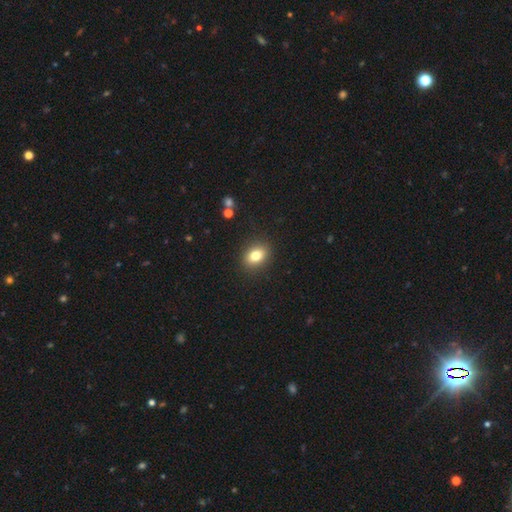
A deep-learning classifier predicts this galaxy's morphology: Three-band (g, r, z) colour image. It shows a smooth galaxy with no disk features (80%) that is in between round and cigar-shaped (64%). Merging: none (89%).